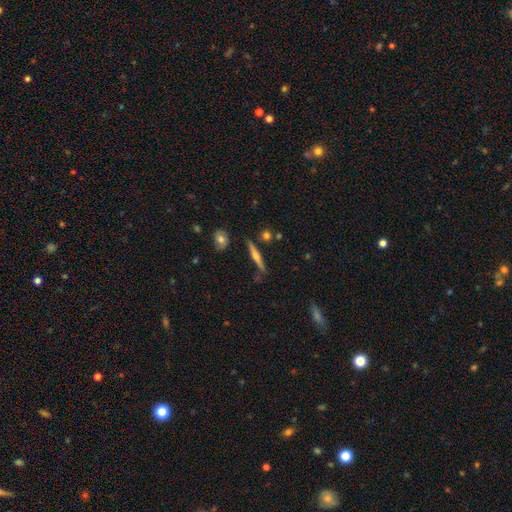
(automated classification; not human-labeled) Smooth or featured?
  - featured or disk: 61% *
  - smooth: 32%
  - star or artifact: 7%
Edge-on disk?
  - yes: 97% *
  - no: 3%
Edge-on bulge?
  - rounded: 79% *
  - none: 13%
  - boxy: 8%
Merging?
  - none: 83% *
  - minor disturbance: 10%
  - merger: 4%
  - major disturbance: 2%